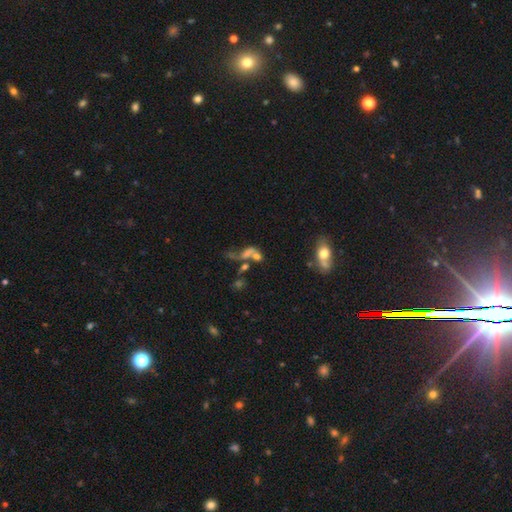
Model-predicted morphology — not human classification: Smooth or featured? Predicted: smooth (p=0.46). Merging? Predicted: merger (p=0.49).